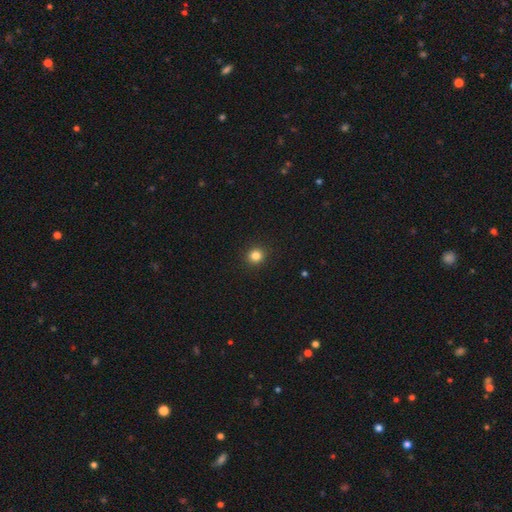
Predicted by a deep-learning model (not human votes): Smooth or featured? smooth (83%)
How rounded? round (91%)
Merging? none (93%)